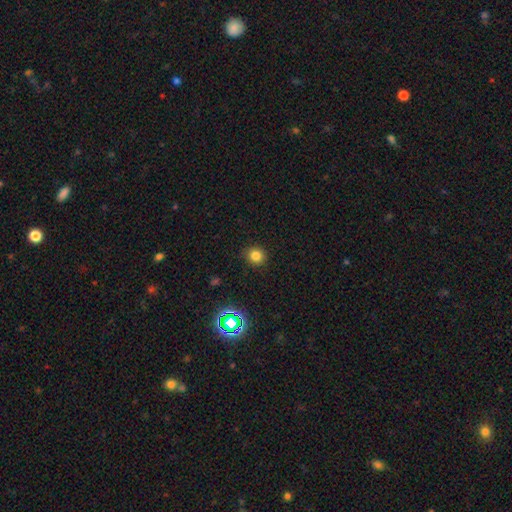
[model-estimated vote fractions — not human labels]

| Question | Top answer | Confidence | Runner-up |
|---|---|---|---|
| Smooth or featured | smooth | 79% | star or artifact (16%) |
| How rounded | round | 85% | in between (14%) |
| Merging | none | 88% | minor disturbance (8%) |